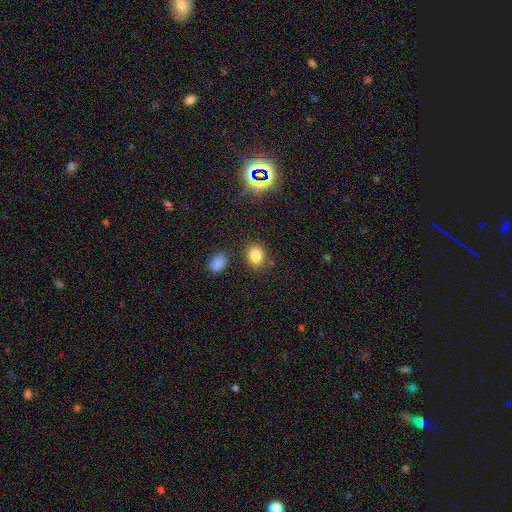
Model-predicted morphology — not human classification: smooth-or-featured: smooth: 80% | star or artifact: 13% | featured or disk: 7%
  how-rounded: round: 58% | in between: 41% | cigar-shaped: 1%
  merging: none: 81% | minor disturbance: 10% | merger: 6% | major disturbance: 3%